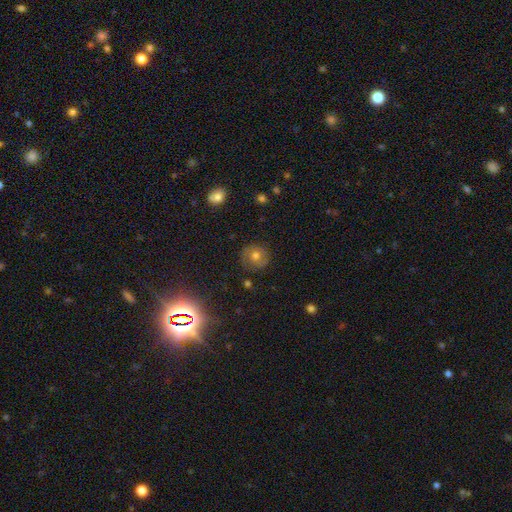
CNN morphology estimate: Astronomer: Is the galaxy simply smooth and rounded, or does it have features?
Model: smooth — 55% (runner-up: featured or disk, 31%).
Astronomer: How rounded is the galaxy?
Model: round — 87%.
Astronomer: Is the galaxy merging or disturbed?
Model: none — 80%.